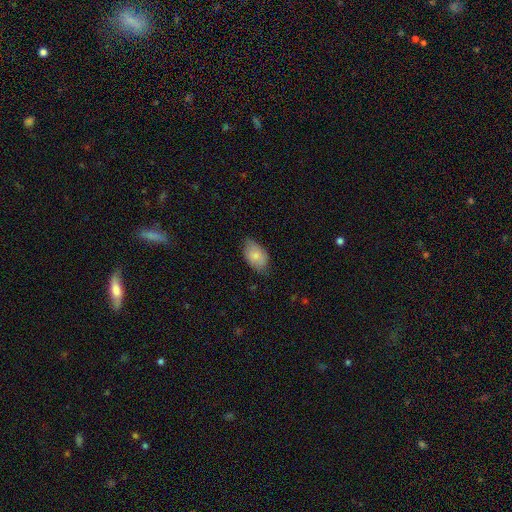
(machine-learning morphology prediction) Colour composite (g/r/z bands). It shows a smooth galaxy with no disk features (78%) that is in between round and cigar-shaped (91%). Merging: none (69%).